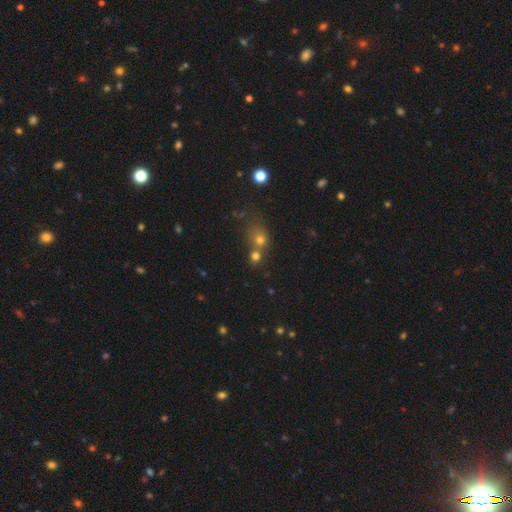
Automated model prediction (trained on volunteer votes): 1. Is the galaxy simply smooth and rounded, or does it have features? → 67% smooth, 21% star or artifact, 12% featured or disk.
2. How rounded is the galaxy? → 79% round, 20% in between, 1% cigar-shaped.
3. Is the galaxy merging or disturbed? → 50% merger, 39% none, 7% minor disturbance, 4% major disturbance.